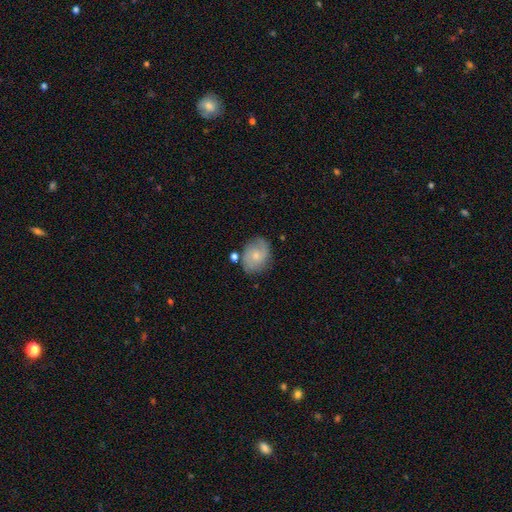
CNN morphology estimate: smooth_or_featured: featured or disk (p=0.51) [alt: smooth p=0.42]
disk_edge_on: no (p=0.97) [alt: yes p=0.03]
merging: none (p=0.71) [alt: minor disturbance p=0.19]